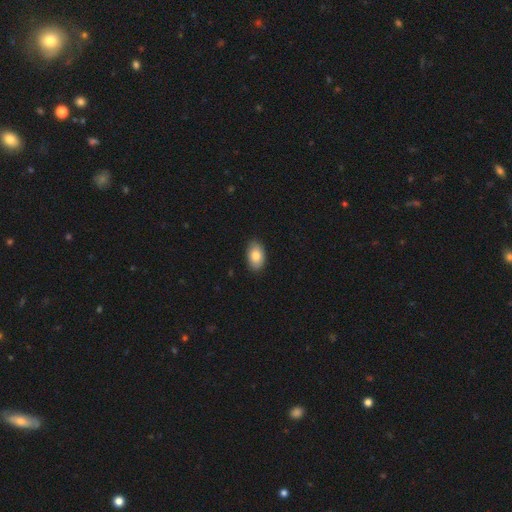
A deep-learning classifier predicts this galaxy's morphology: type=smooth (84%); roundness=in between (92%); merging=none (88%).